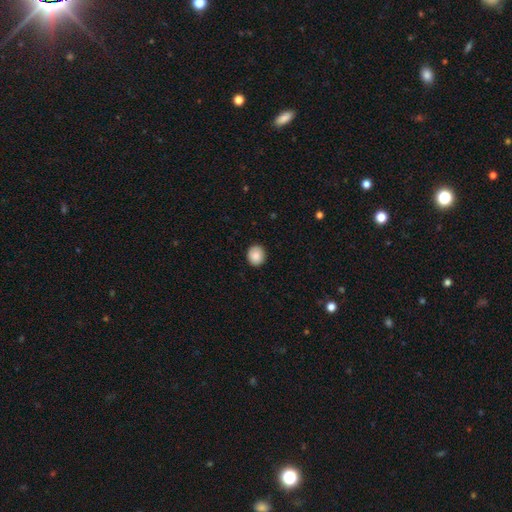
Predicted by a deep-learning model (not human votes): Overall: smooth (87%). How rounded: round (80%). Merging: none (90%).